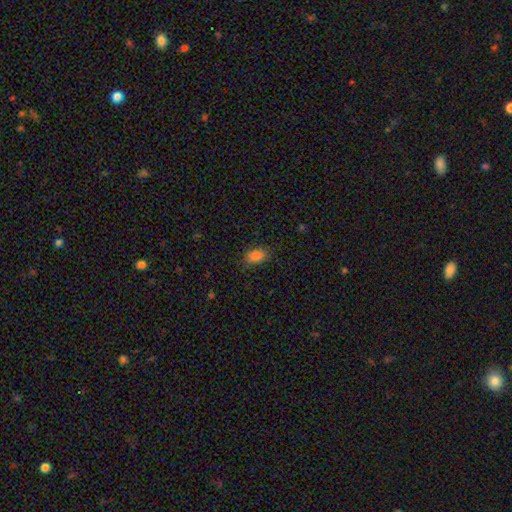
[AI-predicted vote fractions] Smooth or featured: smooth — 85% (star or artifact — 10%)
How rounded: in between — 87% (round — 11%)
Merging: none — 77% (minor disturbance — 17%)